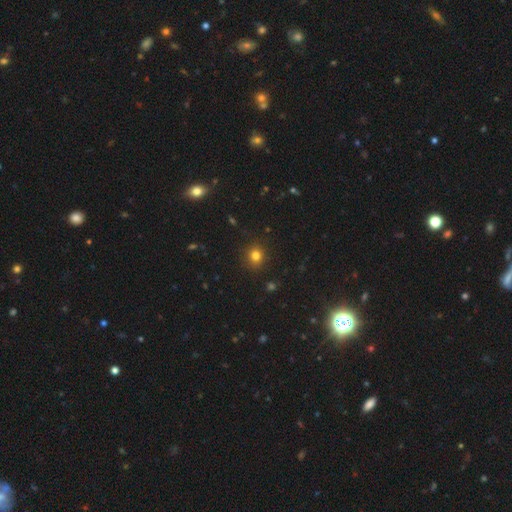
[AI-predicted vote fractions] smooth-or-featured: smooth: 79% | star or artifact: 15% | featured or disk: 6%
  how-rounded: round: 84% | in between: 15% | cigar-shaped: 1%
  merging: none: 89% | minor disturbance: 8% | major disturbance: 2% | merger: 1%